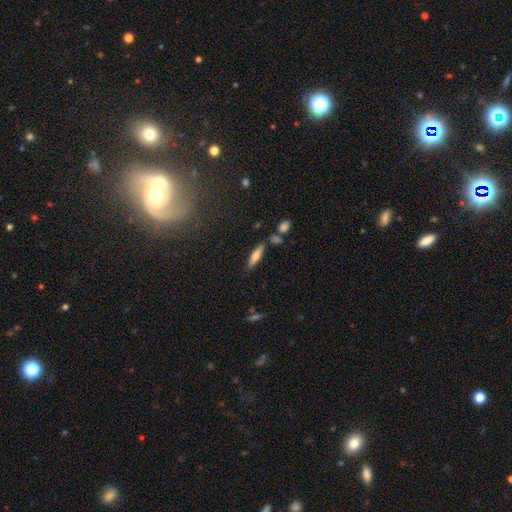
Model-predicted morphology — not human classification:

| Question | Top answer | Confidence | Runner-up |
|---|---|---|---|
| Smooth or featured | smooth | 69% | featured or disk (24%) |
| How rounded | cigar-shaped | 63% | in between (35%) |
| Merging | none | 77% | minor disturbance (12%) |